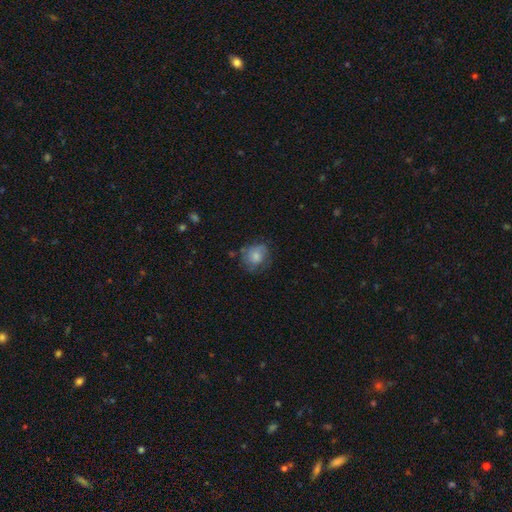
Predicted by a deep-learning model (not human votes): A smooth galaxy with no disk features (62%) that is round (72%). Merging: none (57%).